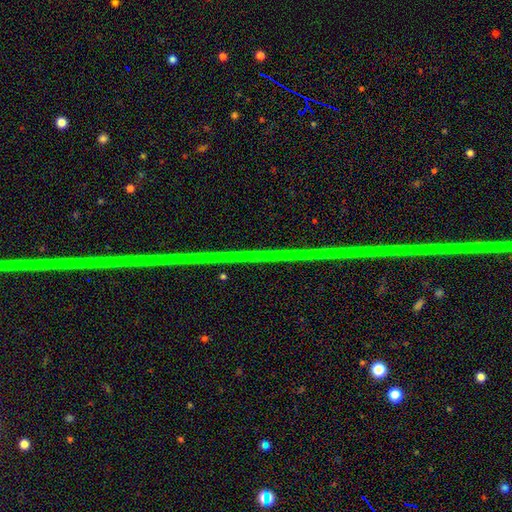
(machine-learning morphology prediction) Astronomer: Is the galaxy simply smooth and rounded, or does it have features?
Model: star or artifact — 87%.